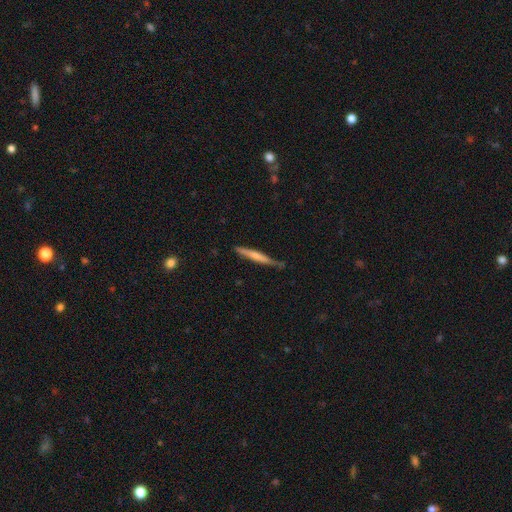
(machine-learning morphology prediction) This appears to be a smooth galaxy with no disk features (53%) that is cigar-shaped (95%). Merging: none (74%).